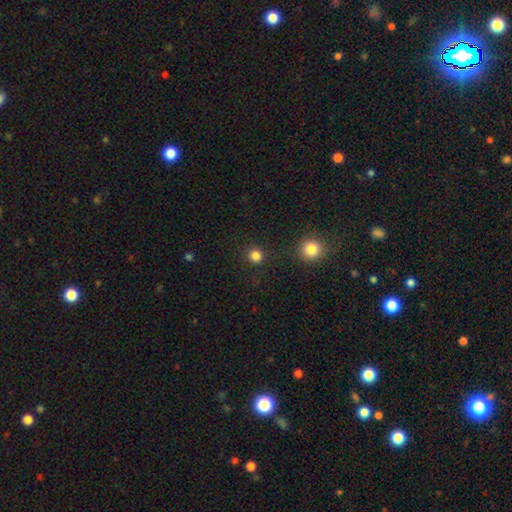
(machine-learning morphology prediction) smooth 83%, star or artifact 14%, featured or disk 3%. Down the decision tree: how rounded — round (94%); merging — none (89%).